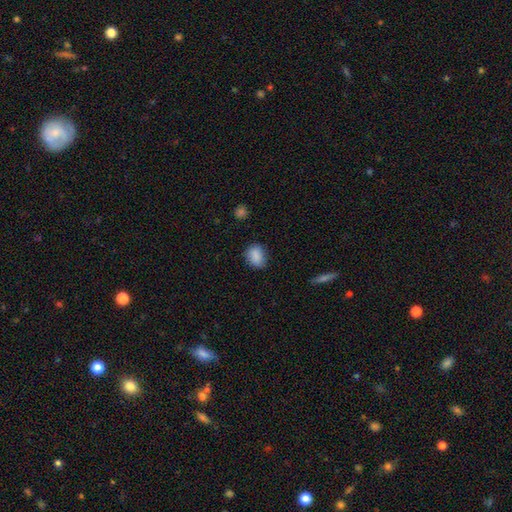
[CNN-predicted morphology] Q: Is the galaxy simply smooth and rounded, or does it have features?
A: smooth — 87%.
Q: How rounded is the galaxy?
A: in between — 60%.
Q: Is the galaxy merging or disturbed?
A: none — 78%.